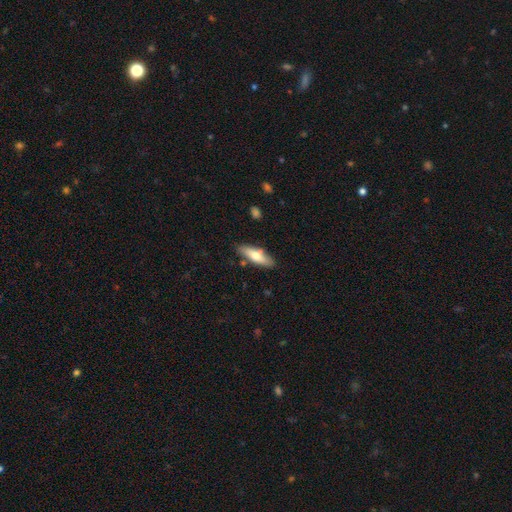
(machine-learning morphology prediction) smooth 63%, featured or disk 31%, star or artifact 6%. Down the decision tree: how rounded — cigar-shaped (51%); merging — none (82%).